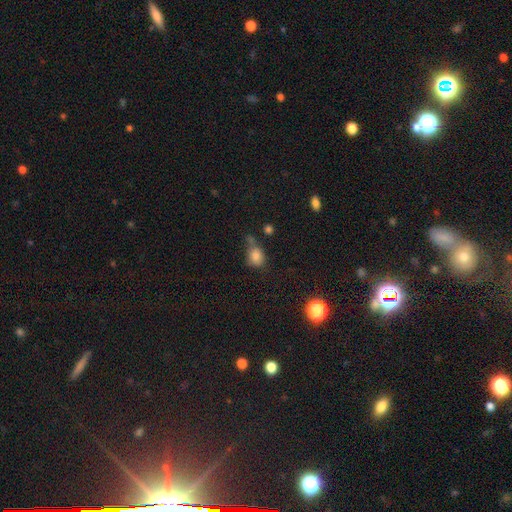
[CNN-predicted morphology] smooth-or-featured: smooth: 79% | star or artifact: 13% | featured or disk: 8%
  how-rounded: round: 52% | in between: 47% | cigar-shaped: 2%
  merging: none: 50% | minor disturbance: 25% | merger: 16% | major disturbance: 10%